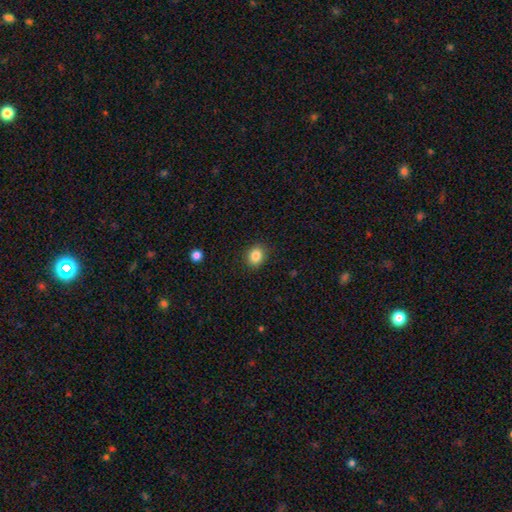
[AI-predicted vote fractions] Smooth or featured?
  - smooth: 86% *
  - star or artifact: 10%
  - featured or disk: 4%
How rounded?
  - round: 54% *
  - in between: 45%
  - cigar-shaped: 1%
Merging?
  - none: 89% *
  - minor disturbance: 8%
  - major disturbance: 2%
  - merger: 1%